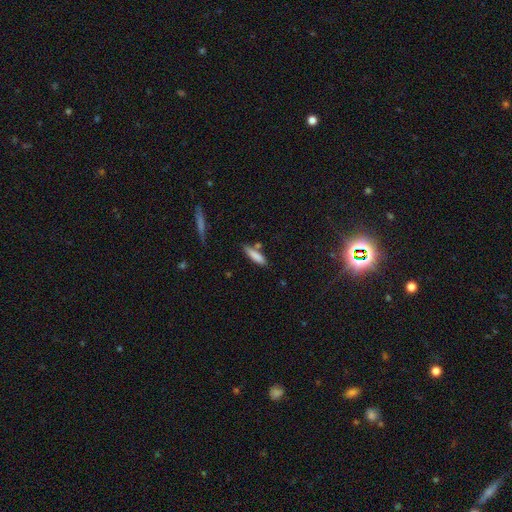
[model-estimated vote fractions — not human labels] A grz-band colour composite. It shows a smooth galaxy with no disk features (83%) that is cigar-shaped (71%). Merging: none (70%).